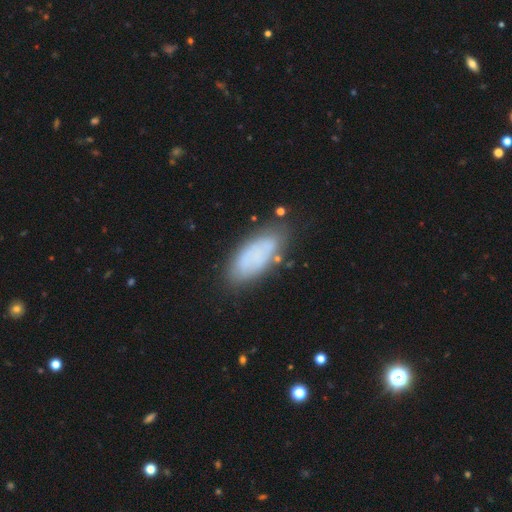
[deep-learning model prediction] This is likely a smooth galaxy (67%). How rounded: clearly in between (84%). Merging: likely none (74%).